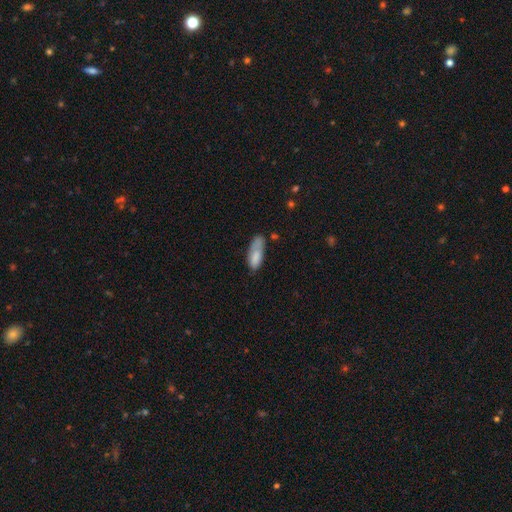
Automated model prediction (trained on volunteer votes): Q: Smooth or featured?
A: smooth (78%); runner-up: featured or disk (14%)
Q: How rounded?
A: in between (67%); runner-up: cigar-shaped (31%)
Q: Merging?
A: none (45%); runner-up: minor disturbance (33%)